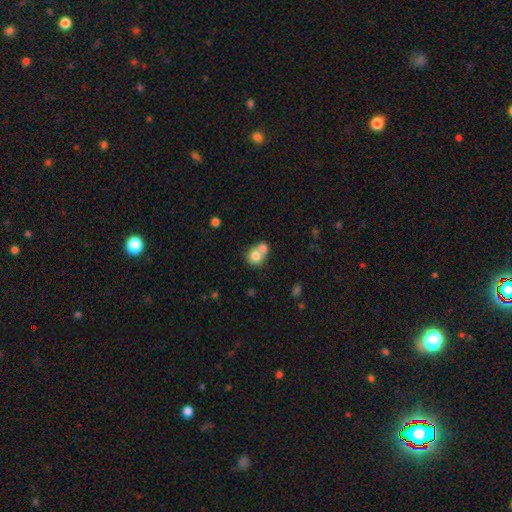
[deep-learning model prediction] smooth 75%, featured or disk 15%, star or artifact 10%. Down the decision tree: how rounded — round (77%); merging — merger (60%).